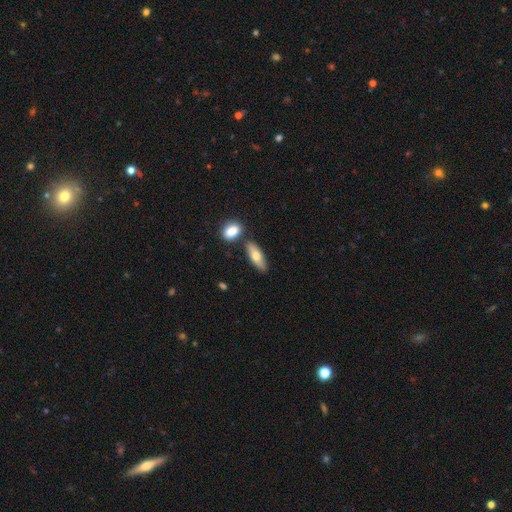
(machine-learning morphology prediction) smooth_or_featured: smooth (p=0.71) [alt: featured or disk p=0.23]
how_rounded: in between (p=0.64) [alt: cigar-shaped p=0.33]
merging: none (p=0.73) [alt: merger p=0.12]